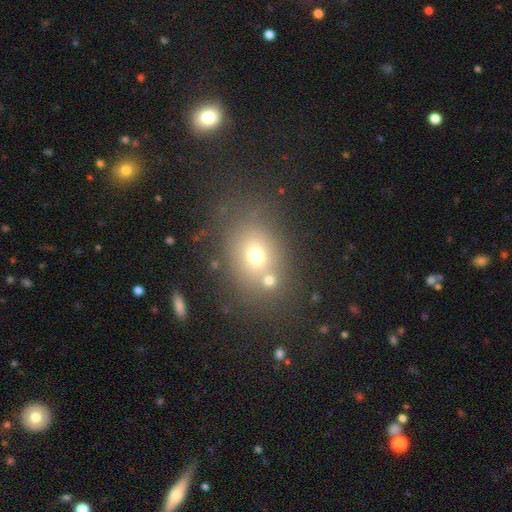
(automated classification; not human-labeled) smooth-or-featured: smooth: 65% | star or artifact: 19% | featured or disk: 16%
  how-rounded: in between: 56% | round: 43% | cigar-shaped: 1%
  merging: none: 60% | merger: 22% | minor disturbance: 13% | major disturbance: 6%